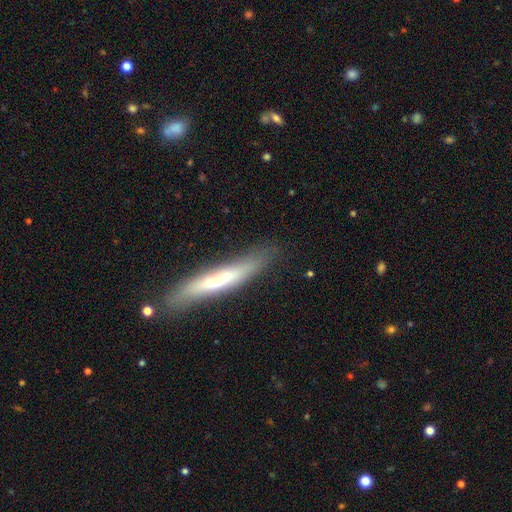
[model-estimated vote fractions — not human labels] Smooth or featured? Predicted: featured or disk (p=0.47). Merging? Predicted: none (p=0.82).